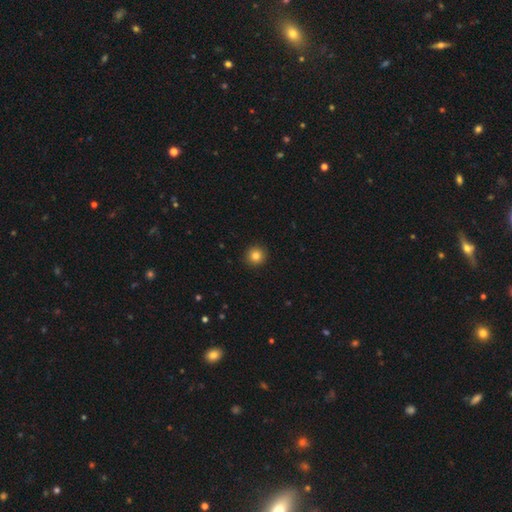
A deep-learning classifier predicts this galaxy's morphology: The model was most divided on "smooth or featured": smooth: 84%, star or artifact: 11%, featured or disk: 5%. More confident: how rounded — round (95%); merging — none (93%).